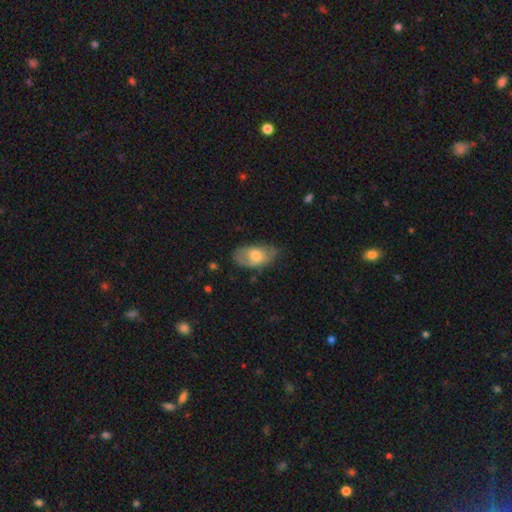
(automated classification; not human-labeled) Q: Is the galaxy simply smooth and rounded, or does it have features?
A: smooth — 60%.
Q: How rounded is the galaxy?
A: in between — 92%.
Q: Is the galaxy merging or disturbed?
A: none — 63%.